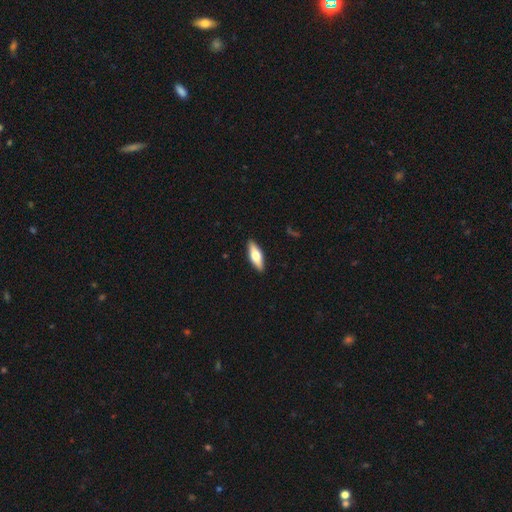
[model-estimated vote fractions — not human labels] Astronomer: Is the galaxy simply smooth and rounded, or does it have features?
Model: smooth — 54% (runner-up: featured or disk, 40%).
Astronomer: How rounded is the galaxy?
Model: in between — 54% (runner-up: cigar-shaped, 43%).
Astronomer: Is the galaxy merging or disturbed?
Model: none — 90%.